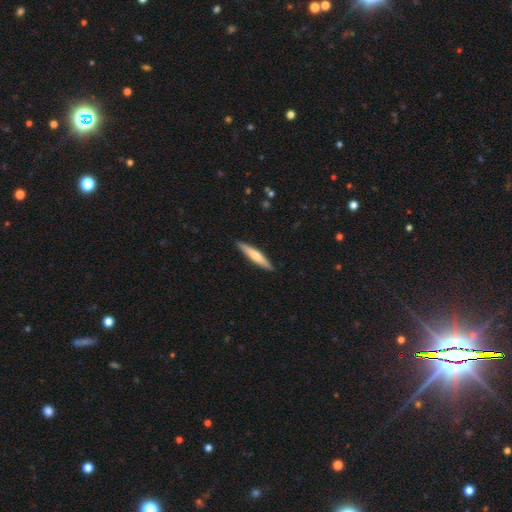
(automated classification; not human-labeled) Smooth or featured: smooth — 56% (featured or disk — 39%)
How rounded: cigar-shaped — 90% (in between — 8%)
Merging: none — 90% (minor disturbance — 7%)